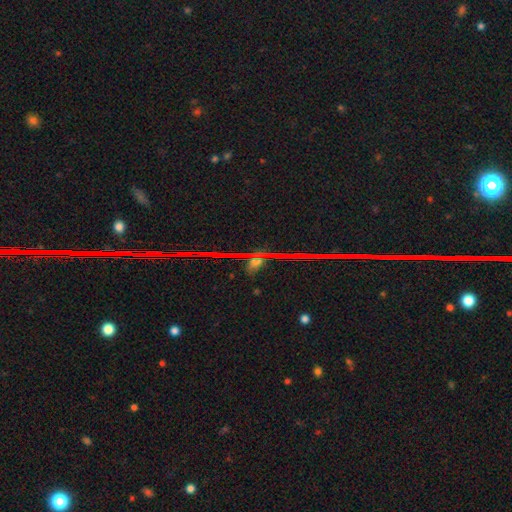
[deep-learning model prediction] smooth-or-featured: star or artifact: 83% | featured or disk: 9% | smooth: 8%